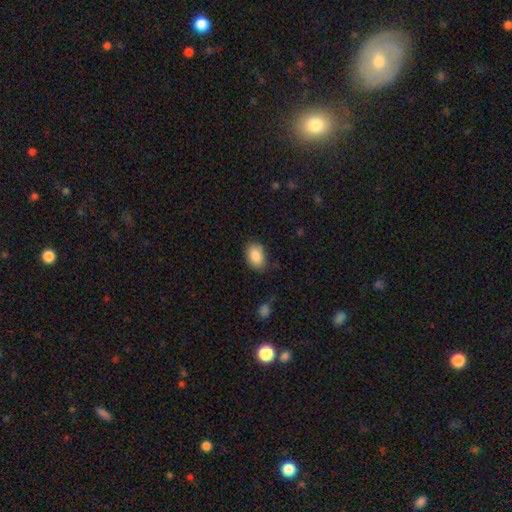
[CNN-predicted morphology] Q: Smooth or featured?
A: smooth (87%); runner-up: star or artifact (7%)
Q: How rounded?
A: in between (88%); runner-up: round (11%)
Q: Merging?
A: none (77%); runner-up: minor disturbance (17%)